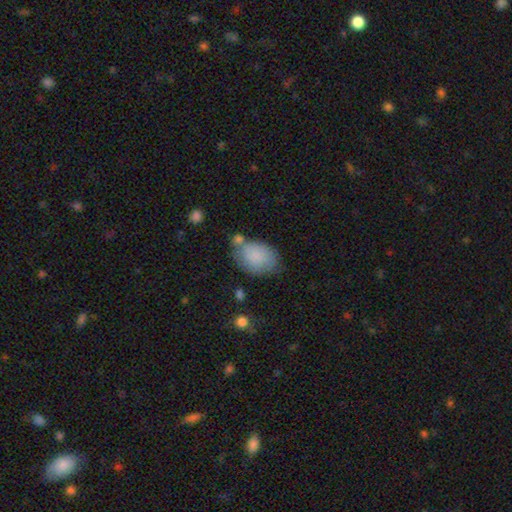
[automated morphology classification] type=smooth (82%); roundness=in between (83%); merging=none (56%).